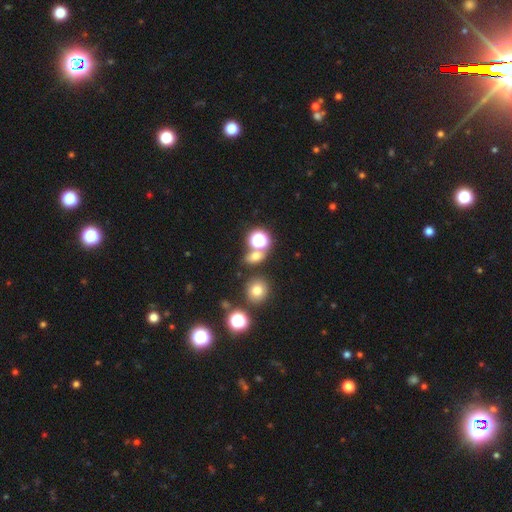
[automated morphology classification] Q: Smooth or featured?
A: smooth (59%); runner-up: star or artifact (31%)
Q: How rounded?
A: round (59%); runner-up: in between (39%)
Q: Merging?
A: none (63%); runner-up: merger (22%)